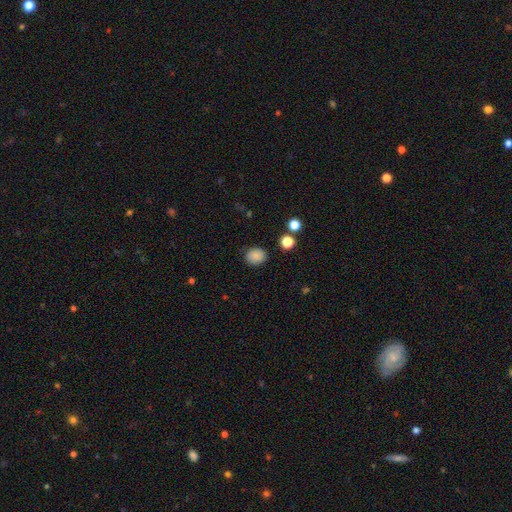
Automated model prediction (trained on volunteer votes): A smooth galaxy with no disk features (86%) that is round (58%). Merging: none (84%).